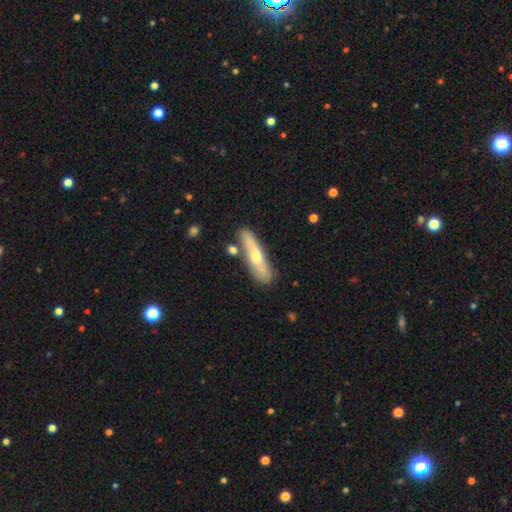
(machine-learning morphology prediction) smooth_or_featured: featured or disk (p=0.49) [alt: smooth p=0.45]
merging: none (p=0.76) [alt: minor disturbance p=0.14]